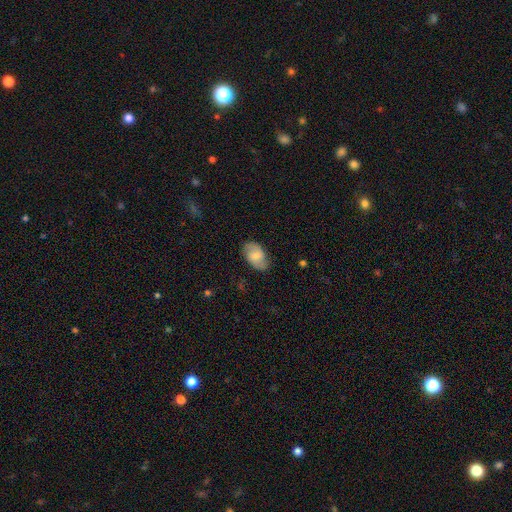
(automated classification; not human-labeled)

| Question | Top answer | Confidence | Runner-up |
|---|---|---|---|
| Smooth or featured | smooth | 58% | featured or disk (35%) |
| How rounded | in between | 92% | round (6%) |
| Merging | none | 80% | minor disturbance (15%) |